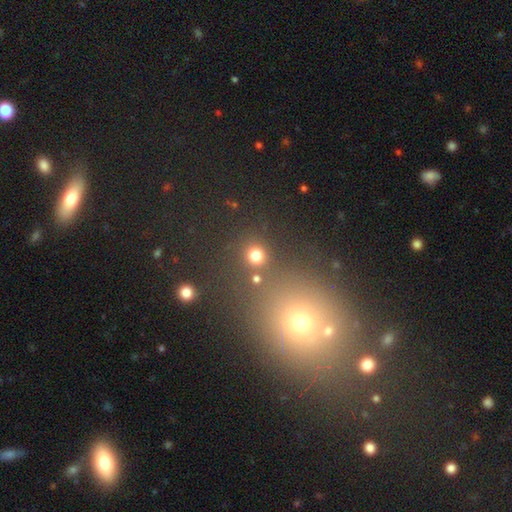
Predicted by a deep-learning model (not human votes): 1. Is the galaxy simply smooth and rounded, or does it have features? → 76% smooth, 19% star or artifact, 5% featured or disk.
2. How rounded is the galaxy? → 89% round, 10% in between, 1% cigar-shaped.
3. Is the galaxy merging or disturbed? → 82% none, 7% minor disturbance, 7% merger, 4% major disturbance.